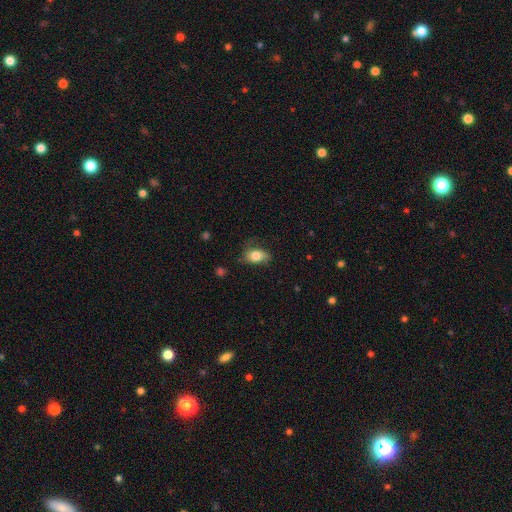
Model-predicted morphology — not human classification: type=smooth (74%); roundness=in between (80%); merging=none (52%).